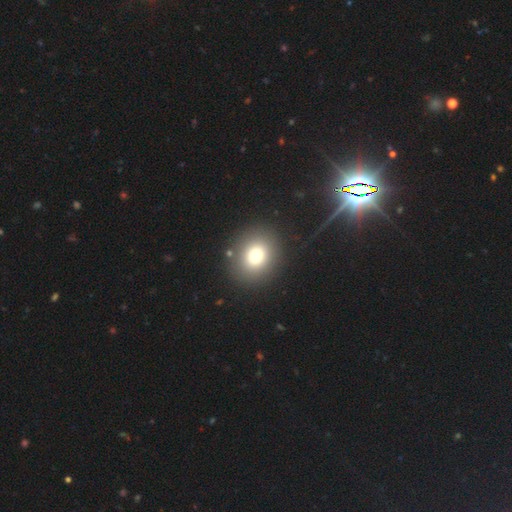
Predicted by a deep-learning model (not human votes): Overall: smooth (77%). How rounded: round (70%). Merging: none (84%).